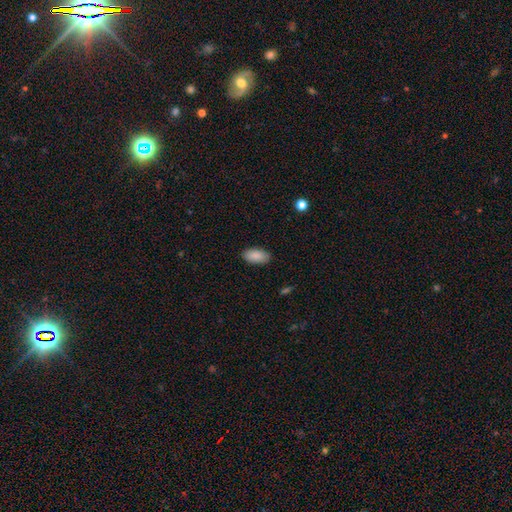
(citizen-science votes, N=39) Smooth or featured: smooth — 87% (star or artifact — 10%)
How rounded: in between — 100%
Merging: none — 91% (minor disturbance — 9%)